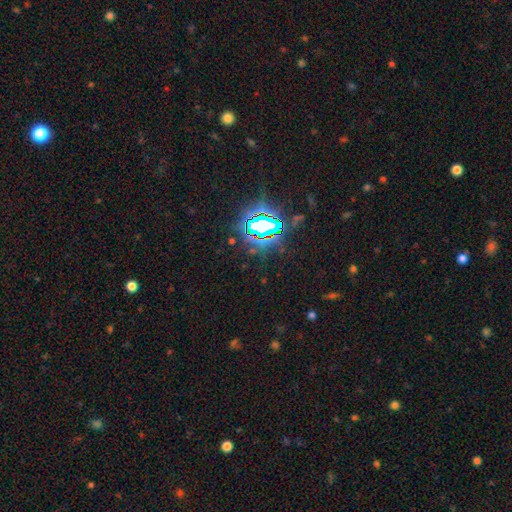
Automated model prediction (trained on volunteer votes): The model was most divided on "smooth or featured": star or artifact: 85%, smooth: 9%, featured or disk: 7%.